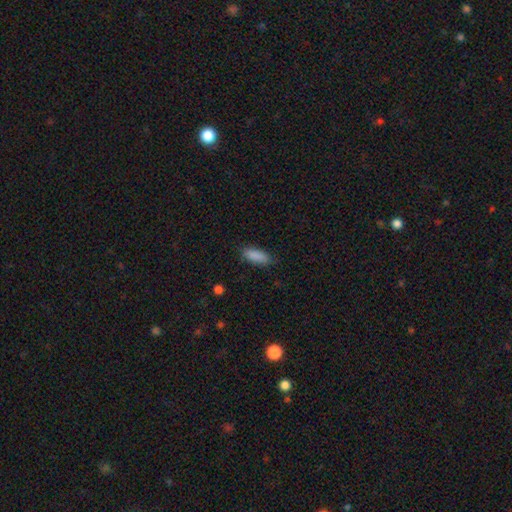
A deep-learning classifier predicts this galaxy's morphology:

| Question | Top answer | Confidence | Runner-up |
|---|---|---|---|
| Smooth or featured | smooth | 88% | star or artifact (7%) |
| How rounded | in between | 72% | cigar-shaped (26%) |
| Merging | none | 82% | minor disturbance (14%) |